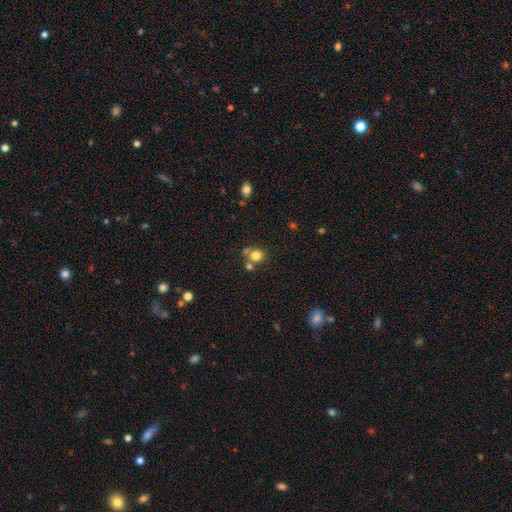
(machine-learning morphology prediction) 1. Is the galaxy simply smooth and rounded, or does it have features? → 79% smooth, 12% star or artifact, 8% featured or disk.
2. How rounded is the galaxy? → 81% round, 18% in between, 1% cigar-shaped.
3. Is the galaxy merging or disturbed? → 59% none, 26% merger, 11% minor disturbance, 4% major disturbance.